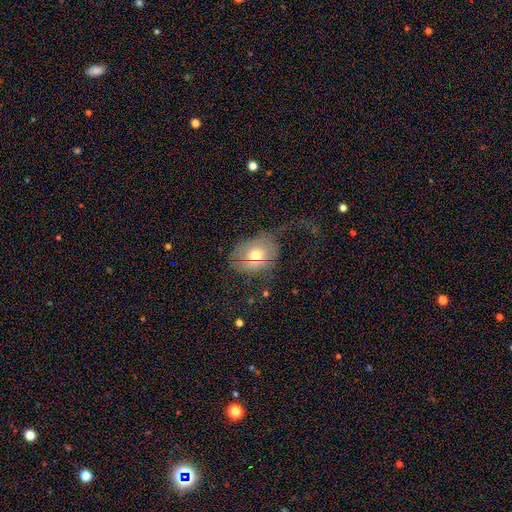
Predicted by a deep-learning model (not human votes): Morphology: type=smooth (63%); roundness=in between (60%); merging=major disturbance (40%).